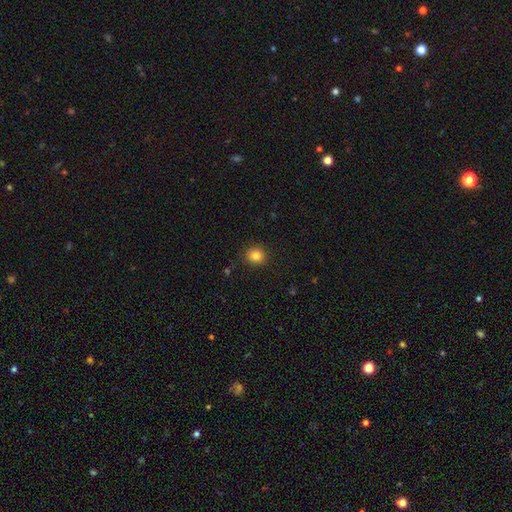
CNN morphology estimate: Overall: smooth (83%). How rounded: round (87%). Merging: none (90%).